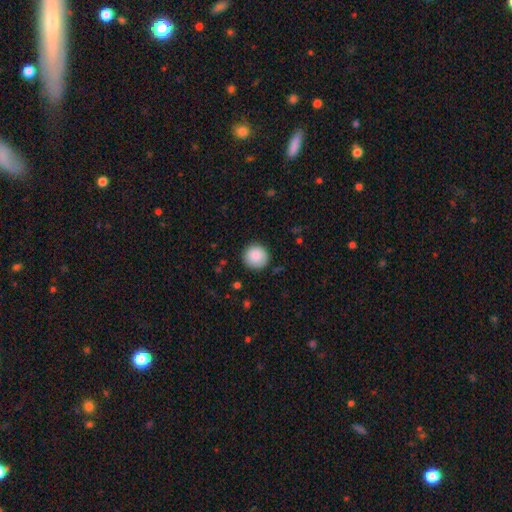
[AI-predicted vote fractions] This is clearly a smooth galaxy (88%). How rounded: clearly round (95%). Merging: clearly none (90%).